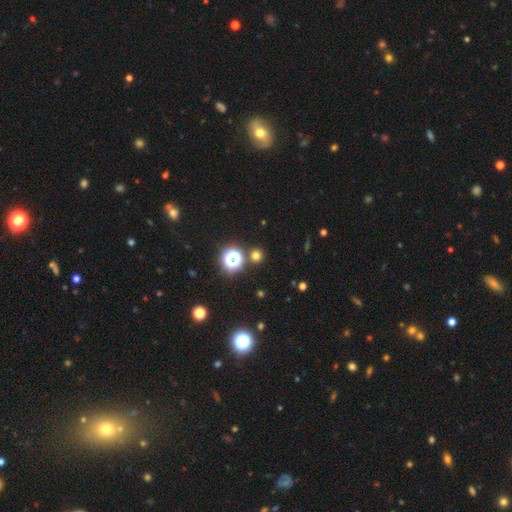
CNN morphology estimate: smooth 65%, star or artifact 29%, featured or disk 6%. Down the decision tree: how rounded — round (92%); merging — none (85%).